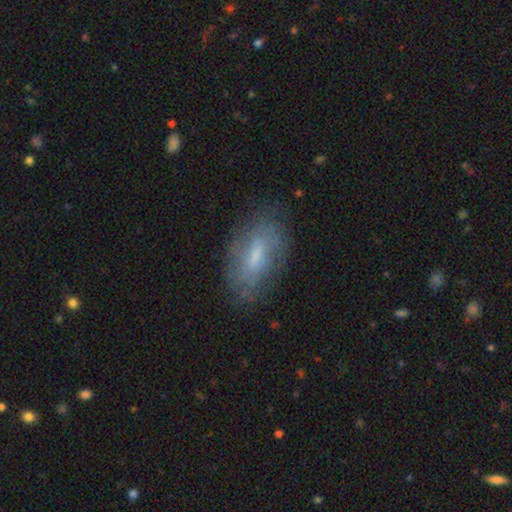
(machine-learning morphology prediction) Smooth or featured? smooth (50%)
How rounded? in between (81%)
Merging? none (72%)